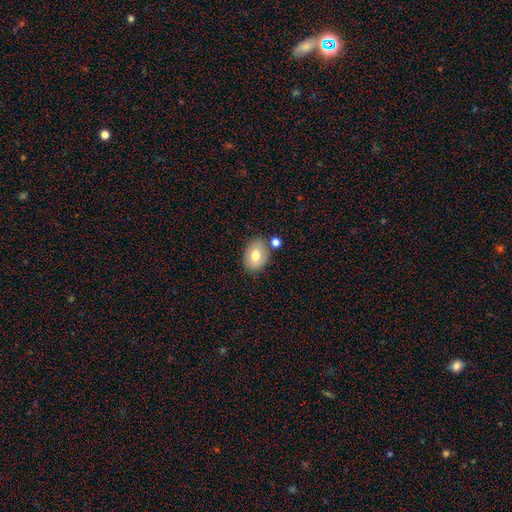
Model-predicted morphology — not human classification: A smooth galaxy with no disk features (72%) that is in between round and cigar-shaped (74%). Merging: none (72%).